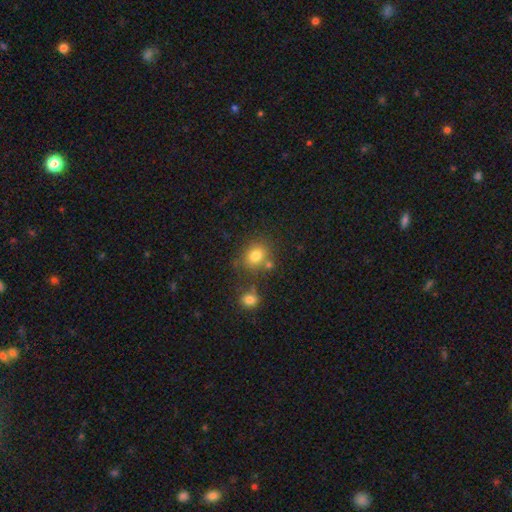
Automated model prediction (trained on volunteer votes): smooth_or_featured: smooth (p=0.79) [alt: star or artifact p=0.13]
how_rounded: round (p=0.62) [alt: in between p=0.37]
merging: none (p=0.67) [alt: merger p=0.15]